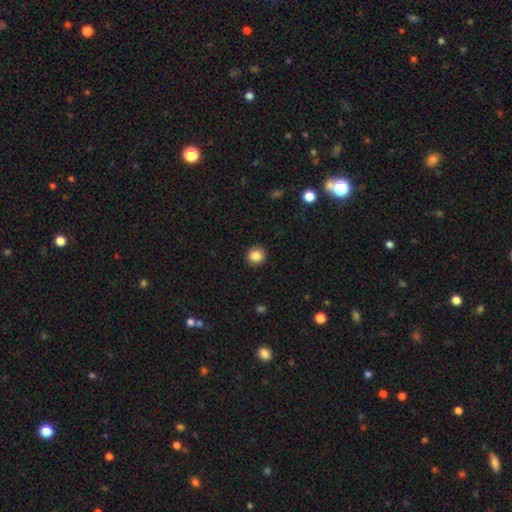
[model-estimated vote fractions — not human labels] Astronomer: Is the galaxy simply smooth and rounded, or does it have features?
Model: smooth — 86%.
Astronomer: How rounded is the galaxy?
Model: round — 89%.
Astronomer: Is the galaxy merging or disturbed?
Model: none — 92%.